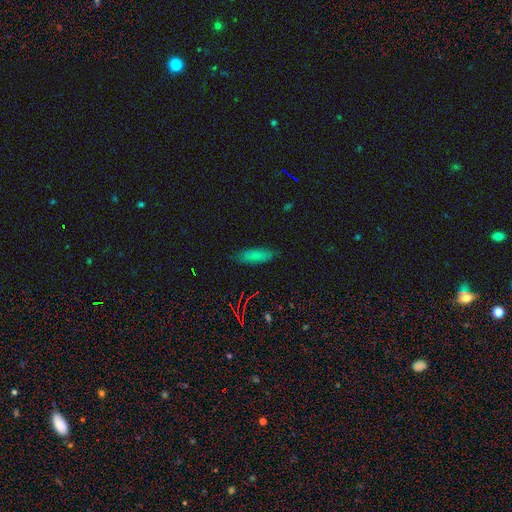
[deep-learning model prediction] Morphology: type=smooth (78%); roundness=in between (52%); merging=none (83%).